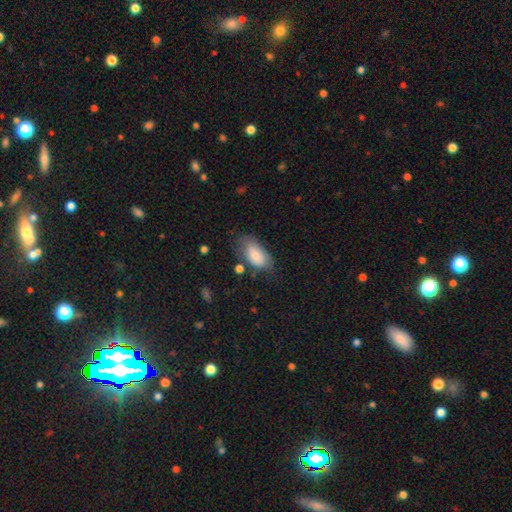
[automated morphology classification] This appears to be a smooth galaxy with no disk features (81%) that is in between round and cigar-shaped (93%). Merging: none (54%).